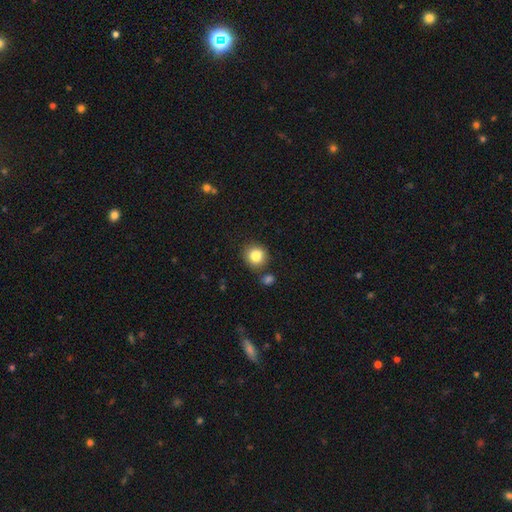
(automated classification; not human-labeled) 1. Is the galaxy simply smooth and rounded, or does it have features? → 84% smooth, 10% star or artifact, 6% featured or disk.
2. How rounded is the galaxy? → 86% round, 14% in between, 1% cigar-shaped.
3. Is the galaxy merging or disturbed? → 80% none, 10% minor disturbance, 7% merger, 3% major disturbance.